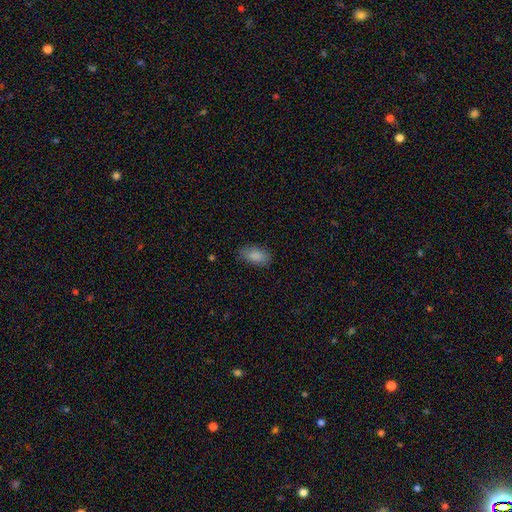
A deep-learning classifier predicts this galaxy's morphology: A smooth galaxy with no disk features (87%) that is in between round and cigar-shaped (92%). Merging: none (81%).